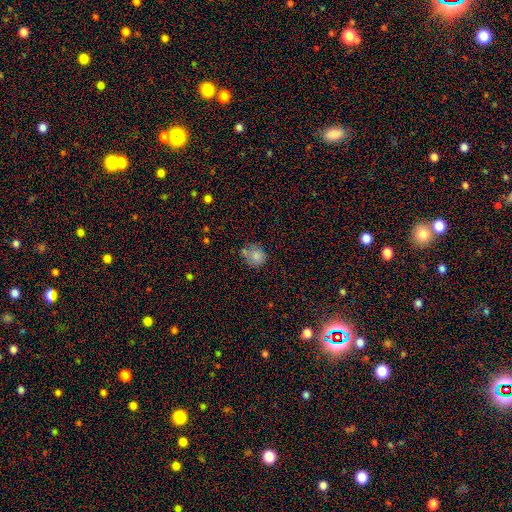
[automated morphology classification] This is likely a smooth galaxy (79%). How rounded: likely round (78%). Merging: possibly none (53%).